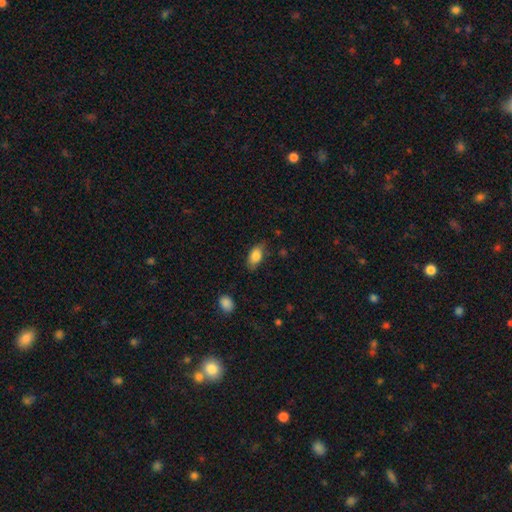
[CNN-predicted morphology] This appears to be a smooth galaxy with no disk features (82%) that is in between round and cigar-shaped (89%). Merging: none (72%).